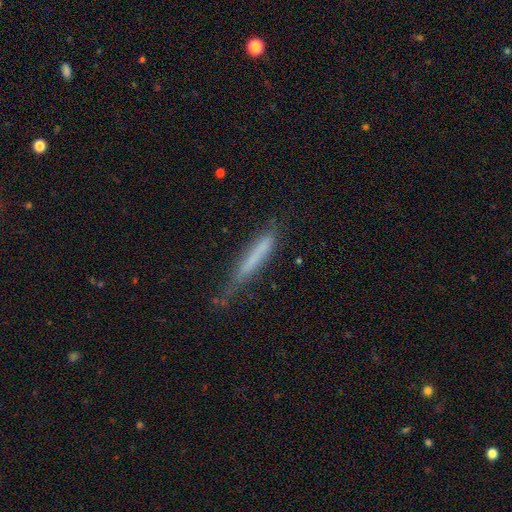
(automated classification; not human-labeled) A smooth galaxy with no disk features (60%) that is cigar-shaped (94%). Merging: none (54%).